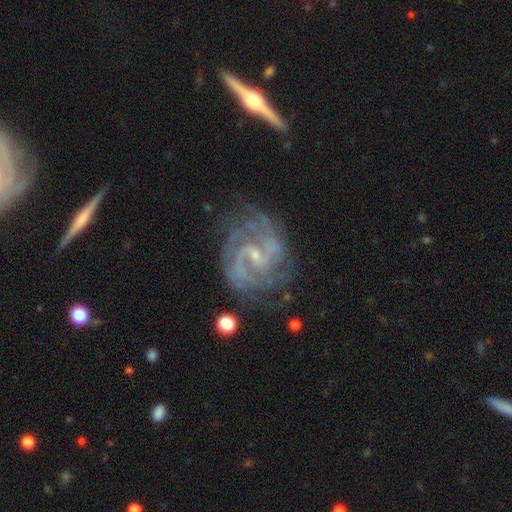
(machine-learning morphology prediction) Smooth or featured? featured or disk (89%)
Edge-on disk? no (97%)
Bar? weak (50%)
Spiral arms? yes (97%)
Spiral winding? medium (47%)
Spiral arm count? 2 (58%)
Bulge size? small (74%)
Merging? none (68%)